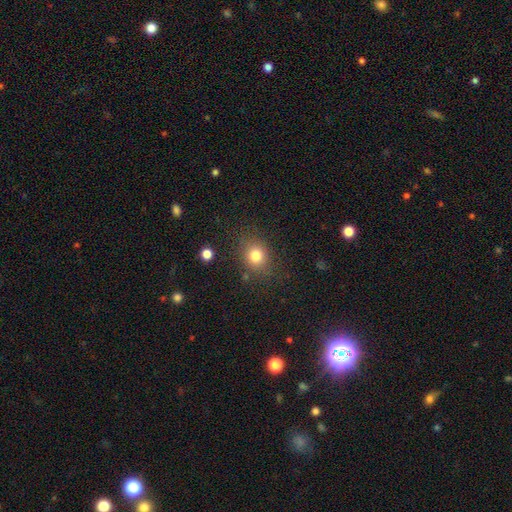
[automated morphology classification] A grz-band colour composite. It shows a smooth galaxy with no disk features (80%) that is round (66%). Merging: none (79%).